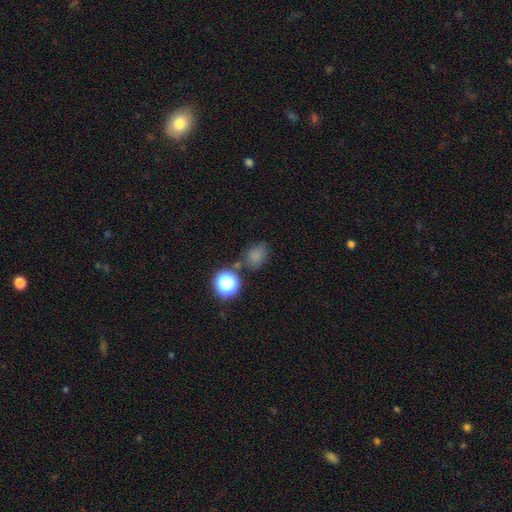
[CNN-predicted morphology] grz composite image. It shows a smooth galaxy with no disk features (74%) that is in between round and cigar-shaped (50%). Merging: none (65%).